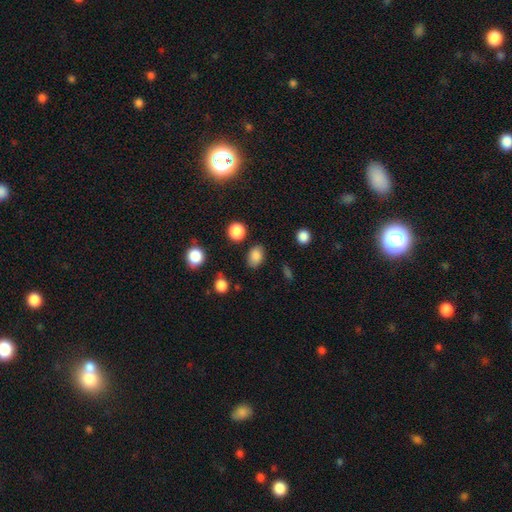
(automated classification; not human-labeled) smooth 84%, star or artifact 11%, featured or disk 5%. Down the decision tree: how rounded — in between (72%); merging — none (82%).